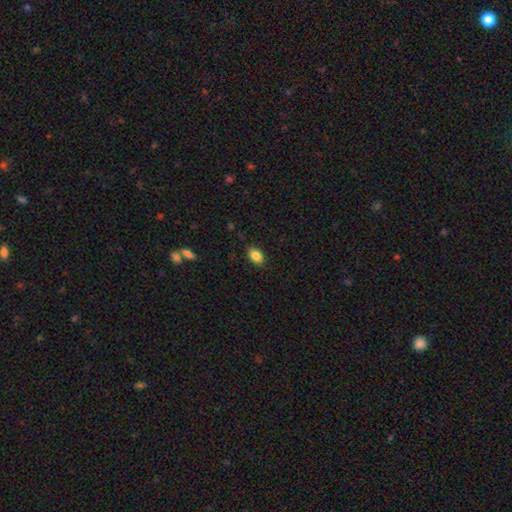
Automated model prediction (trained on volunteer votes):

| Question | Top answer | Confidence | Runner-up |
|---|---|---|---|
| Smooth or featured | smooth | 85% | star or artifact (9%) |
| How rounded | in between | 85% | round (13%) |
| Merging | none | 86% | minor disturbance (10%) |